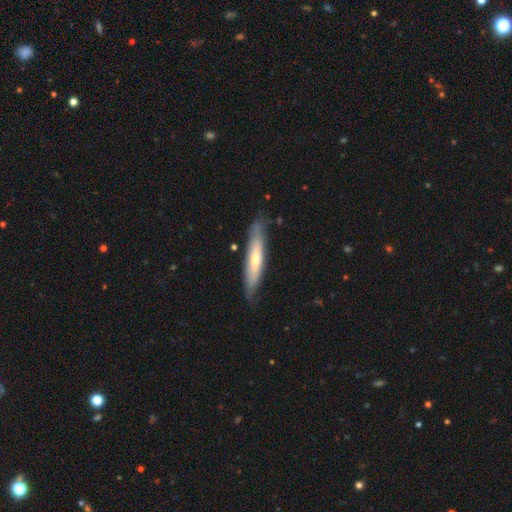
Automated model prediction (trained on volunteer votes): A featured or disk galaxy (50%) viewed edge-on (75%). Merging: none (82%).